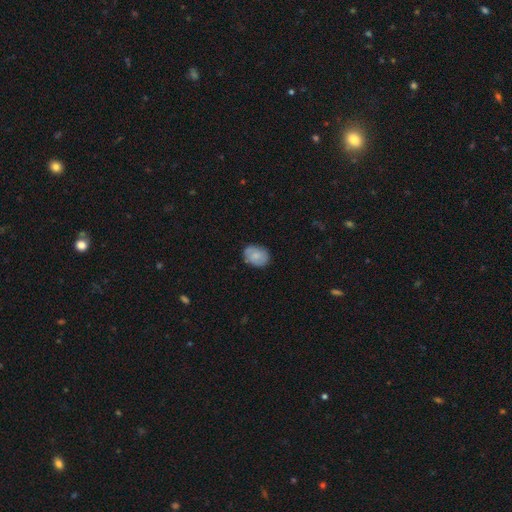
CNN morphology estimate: This appears to be a smooth galaxy with no disk features (74%) that is in between round and cigar-shaped (70%). Merging: none (80%).